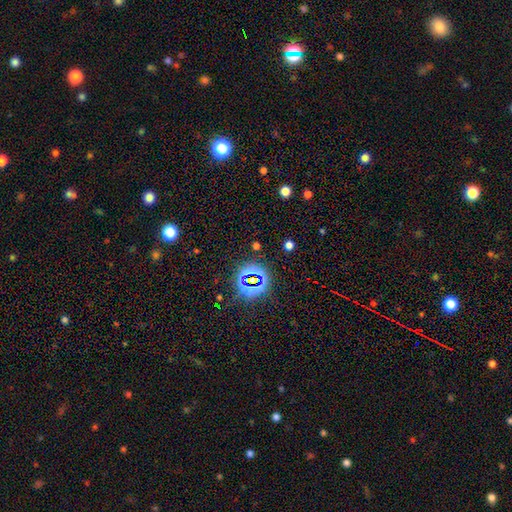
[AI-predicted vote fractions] Overall: star or artifact (76%).